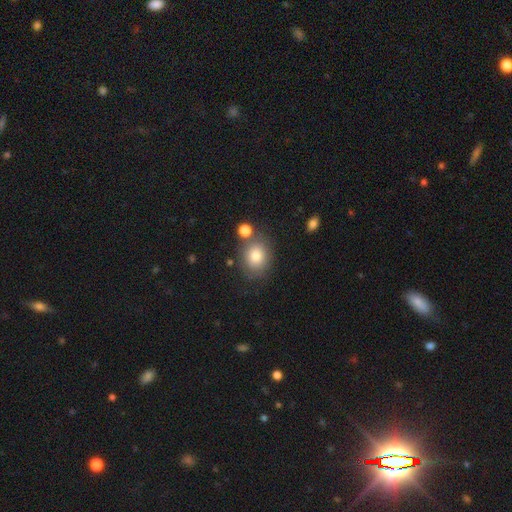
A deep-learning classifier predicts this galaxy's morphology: This is likely a smooth galaxy (79%). How rounded: likely round (67%). Merging: likely none (69%).